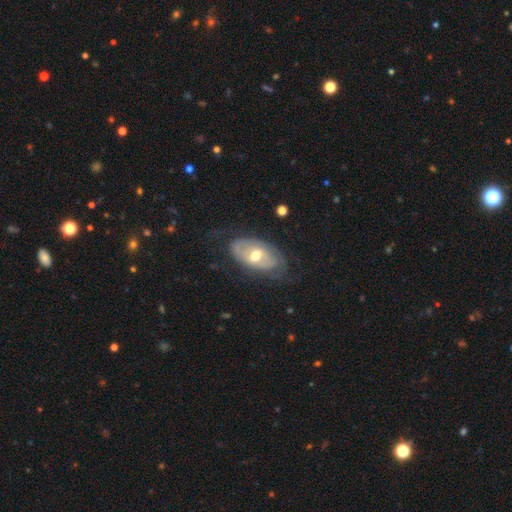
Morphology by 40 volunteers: featured or disk 65%, smooth 32%, star or artifact 2%. Down the decision tree: edge-on disk — no (88%); bar — weak (43%); spiral arms — yes (61%); spiral arm count — can't tell (57%); spiral winding — tight (79%); bulge size — moderate (78%); merging — none (62%).